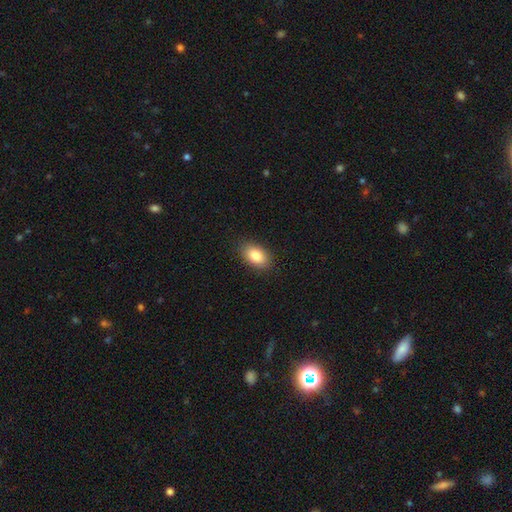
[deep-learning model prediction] The model was most divided on "smooth or featured": smooth: 83%, featured or disk: 9%, star or artifact: 8%. More confident: how rounded — in between (89%); merging — none (88%).